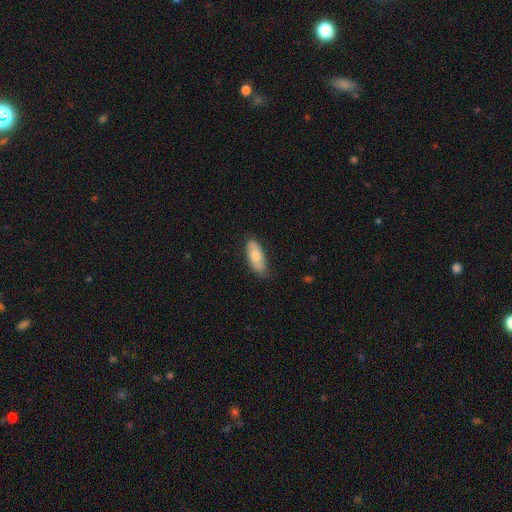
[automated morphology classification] This appears to be a smooth galaxy with no disk features (70%) that is in between round and cigar-shaped (82%). Merging: none (82%).